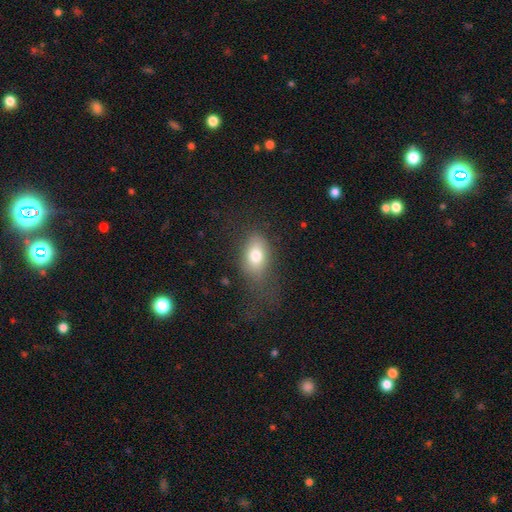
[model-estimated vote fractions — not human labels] This is likely a smooth galaxy (76%). How rounded: clearly in between (86%). Merging: possibly none (54%).